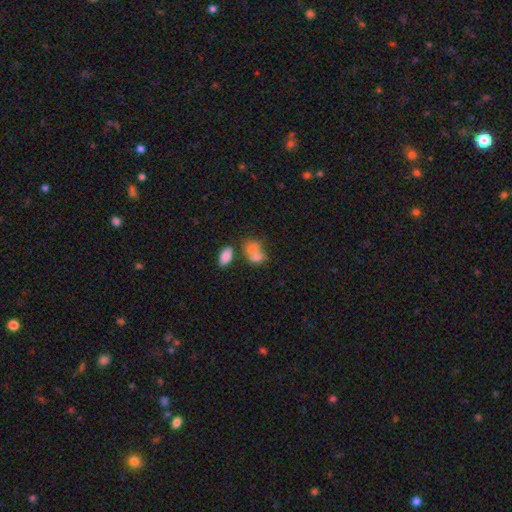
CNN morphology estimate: The model was most divided on "merging": merger: 53%, none: 28%, minor disturbance: 11%, major disturbance: 8%. More confident: how rounded — in between (75%); smooth or featured — smooth (70%).